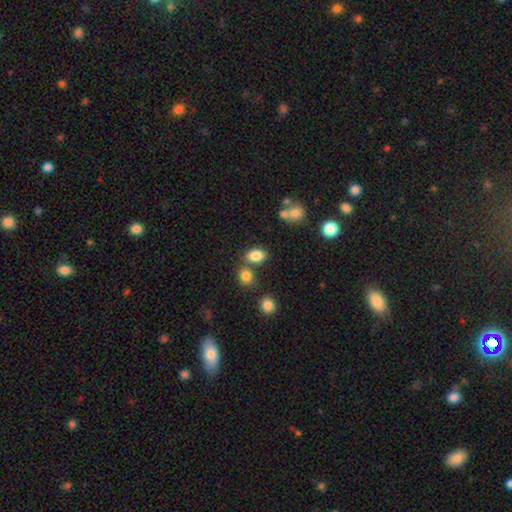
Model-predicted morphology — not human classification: Smooth or featured?
  - smooth: 84% *
  - star or artifact: 10%
  - featured or disk: 6%
How rounded?
  - in between: 80% *
  - round: 19%
  - cigar-shaped: 1%
Merging?
  - none: 66% *
  - merger: 17%
  - minor disturbance: 13%
  - major disturbance: 4%